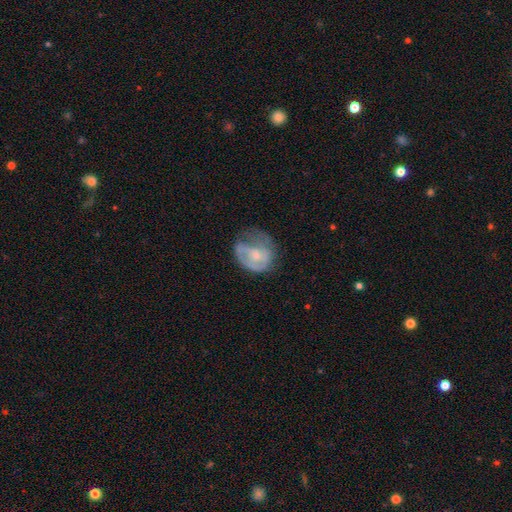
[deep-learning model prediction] This appears to be a featured or disk galaxy (57%) with no bar (73%), spiral arms (60%) and a small central bulge (62%). Merging: none (35%).